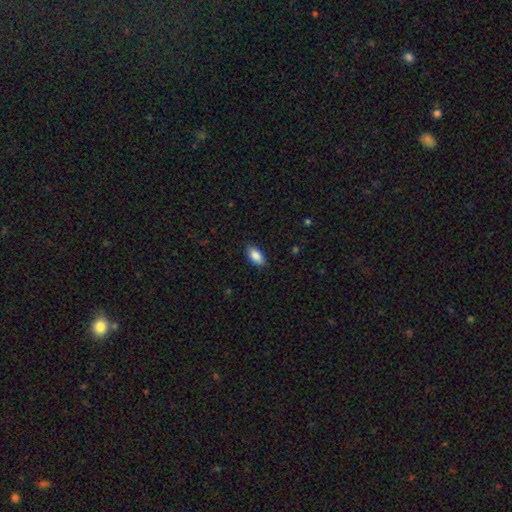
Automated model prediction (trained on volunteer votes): This appears to be a smooth galaxy with no disk features (88%) that is in between round and cigar-shaped (92%). Merging: none (87%).